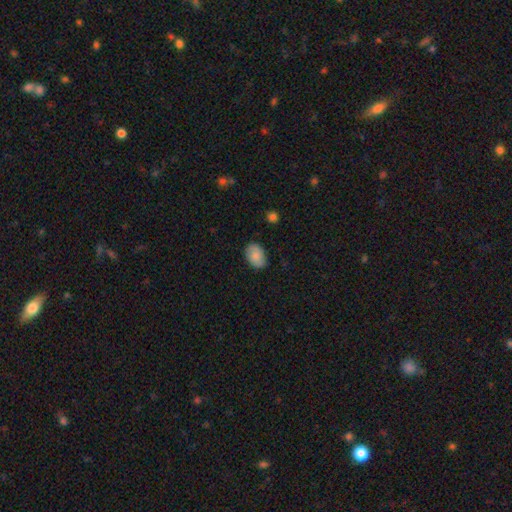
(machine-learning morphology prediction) Smooth or featured? Predicted: smooth (p=0.82). How rounded? Predicted: in between (p=0.85). Merging? Predicted: none (p=0.84).